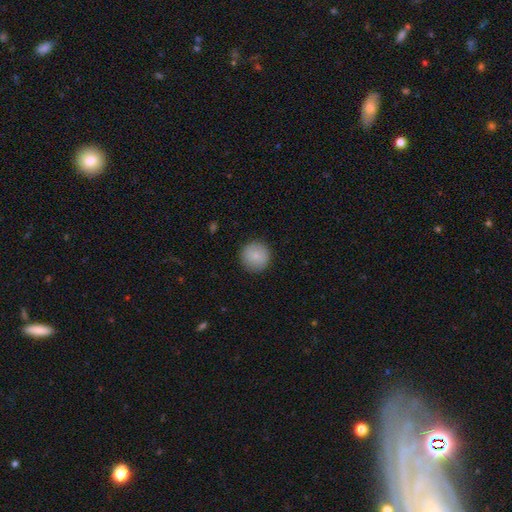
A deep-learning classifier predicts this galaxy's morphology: Smooth or featured? smooth (83%)
How rounded? round (95%)
Merging? none (90%)